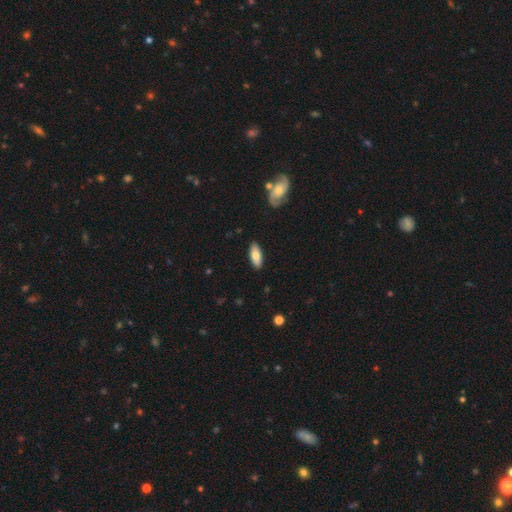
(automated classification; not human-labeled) Smooth or featured? Predicted: smooth (p=0.72). How rounded? Predicted: in between (p=0.78). Merging? Predicted: none (p=0.88).